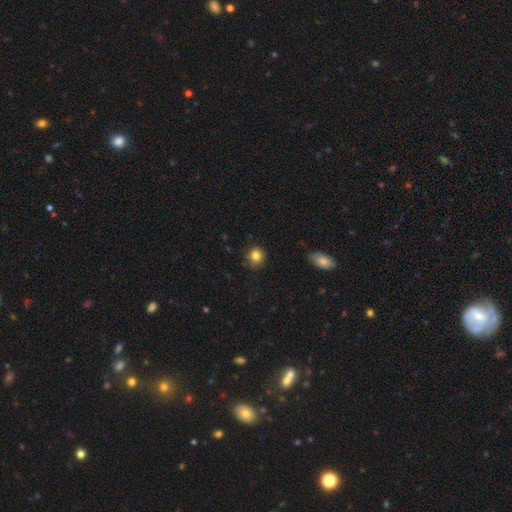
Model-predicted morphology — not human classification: Smooth or featured? smooth (82%)
How rounded? round (84%)
Merging? none (75%)